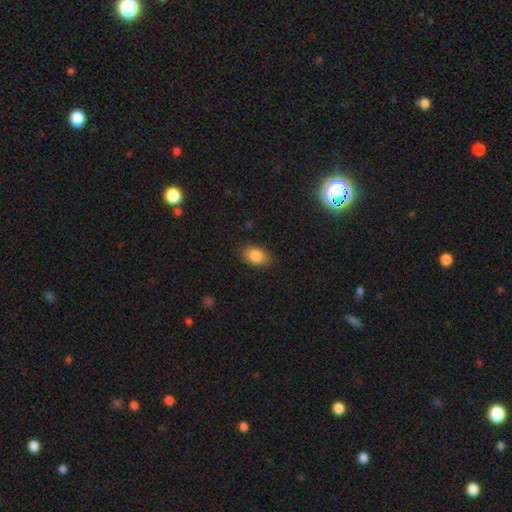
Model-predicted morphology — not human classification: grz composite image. It shows a smooth galaxy with no disk features (86%) that is in between round and cigar-shaped (85%). Merging: none (87%).